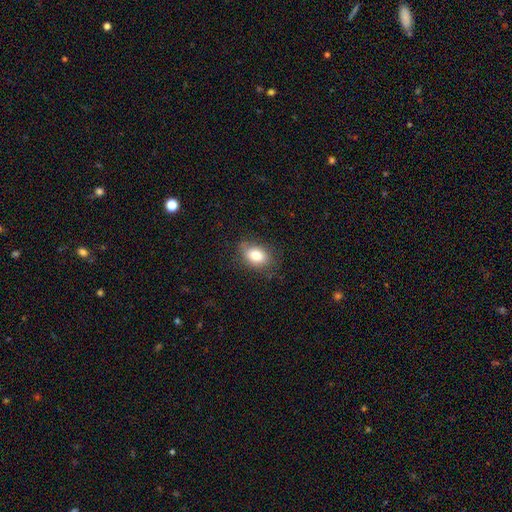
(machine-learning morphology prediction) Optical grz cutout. It shows a smooth galaxy with no disk features (81%) that is in between round and cigar-shaped (82%). Merging: none (75%).